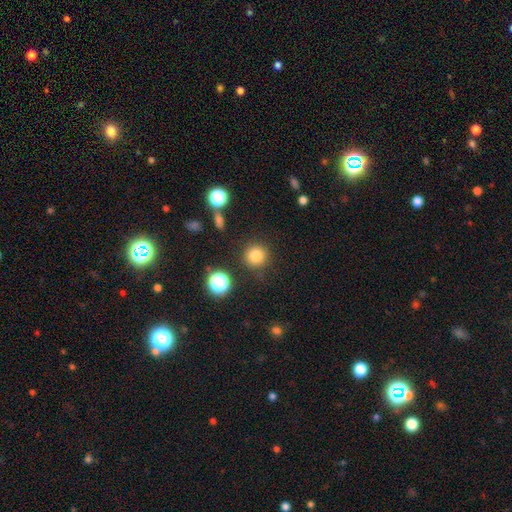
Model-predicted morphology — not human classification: A smooth galaxy with no disk features (80%) that is round (94%).

Vote fractions:
- Smooth or featured? smooth: 80% / star or artifact: 14% / featured or disk: 6%
- How rounded? round: 94% / in between: 5% / cigar-shaped: 1%
- Merging? none: 87% / minor disturbance: 8% / major disturbance: 3% / merger: 2%